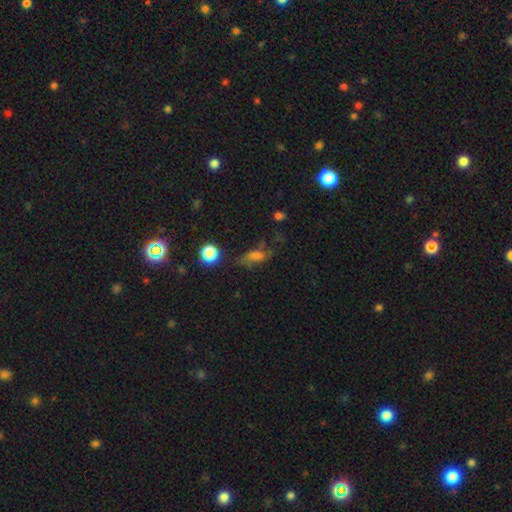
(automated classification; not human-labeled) Morphology: type=smooth (60%); roundness=in between (67%); merging=none (49%).